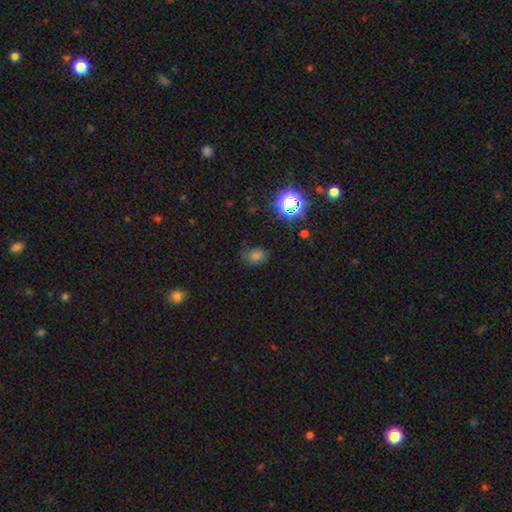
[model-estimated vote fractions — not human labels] Smooth or featured? smooth (68%)
How rounded? in between (65%)
Merging? none (67%)